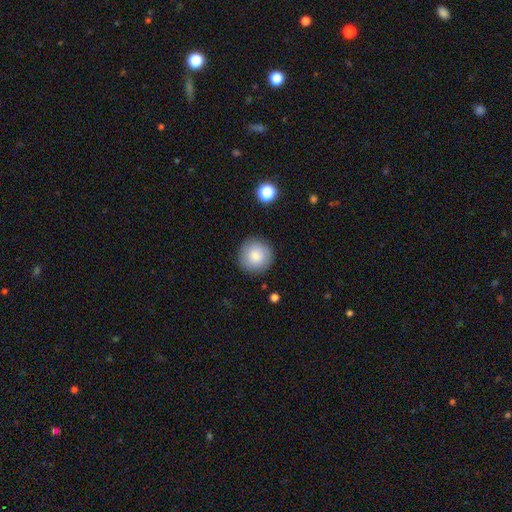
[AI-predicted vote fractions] The model was most divided on "smooth or featured": smooth: 82%, featured or disk: 10%, star or artifact: 8%. More confident: how rounded — round (95%); merging — none (89%).